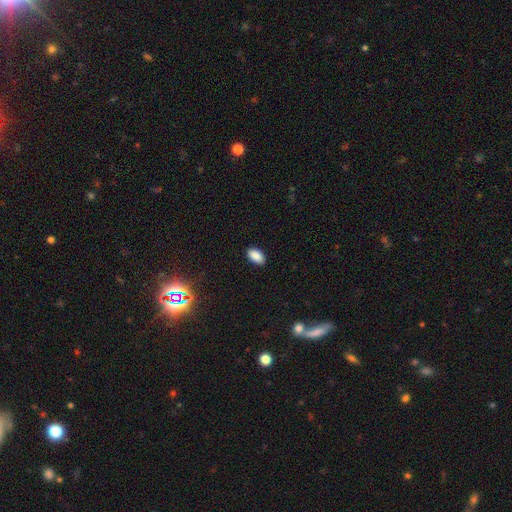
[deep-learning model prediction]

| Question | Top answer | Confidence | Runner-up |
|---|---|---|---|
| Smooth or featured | smooth | 88% | star or artifact (9%) |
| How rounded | in between | 94% | round (4%) |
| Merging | none | 87% | minor disturbance (10%) |